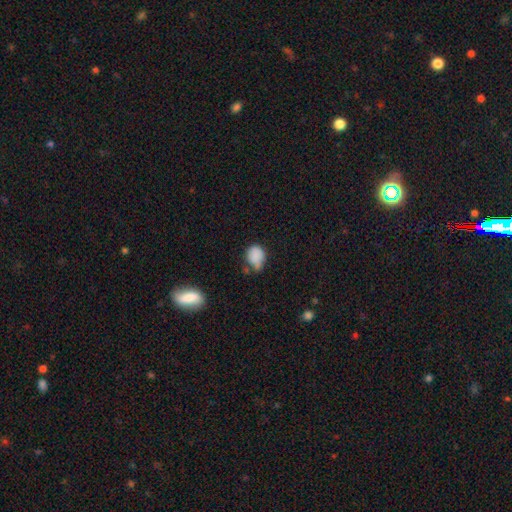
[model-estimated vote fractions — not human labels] A smooth galaxy with no disk features (83%) that is round (54%). Merging: minor disturbance (39%).